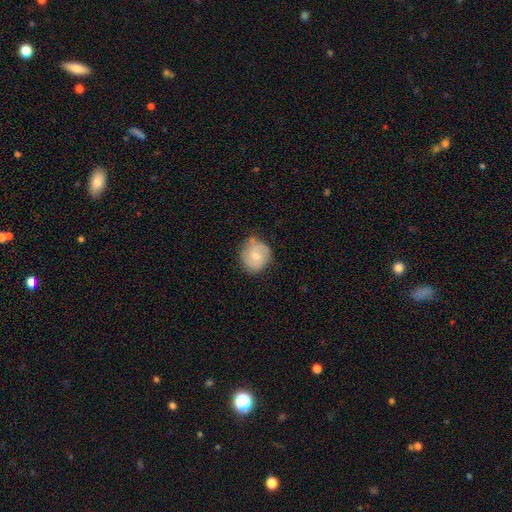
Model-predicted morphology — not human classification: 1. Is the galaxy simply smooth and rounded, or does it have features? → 47% featured or disk (tied), 47% smooth (tied), 7% star or artifact.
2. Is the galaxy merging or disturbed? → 68% none, 24% minor disturbance, 6% major disturbance, 3% merger.